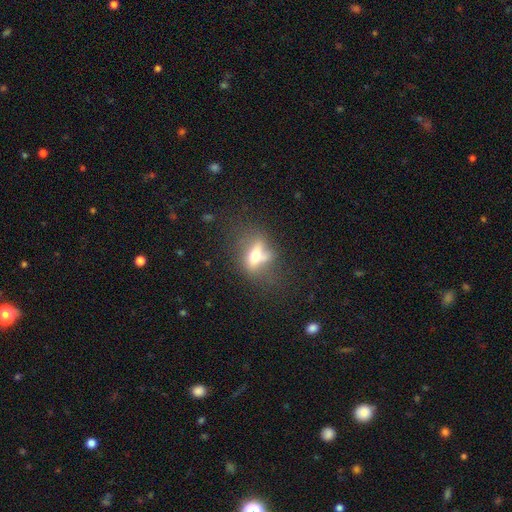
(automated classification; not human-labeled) A smooth galaxy with no disk features (44%, tied with featured or disk). Merging: none (45%).